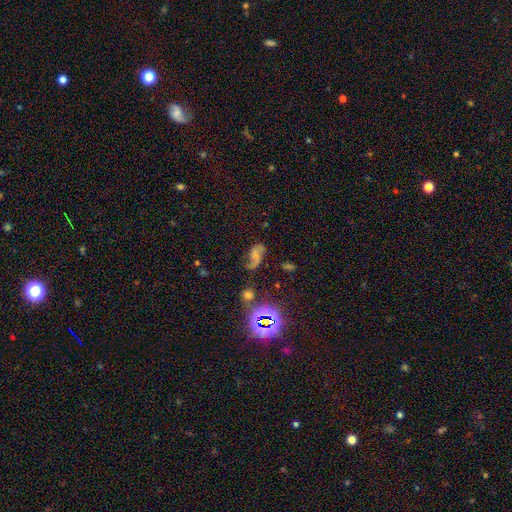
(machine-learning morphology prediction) smooth_or_featured: featured or disk (p=0.58) [alt: smooth p=0.24]
disk_edge_on: no (p=0.95) [alt: yes p=0.05]
bar: no (p=0.56) [alt: weak p=0.33]
has_spiral_arms: yes (p=0.89) [alt: no p=0.11]
bulge_size: none (p=0.35) [tied with: small p=0.35]
merging: none (p=0.56) [alt: minor disturbance p=0.23]